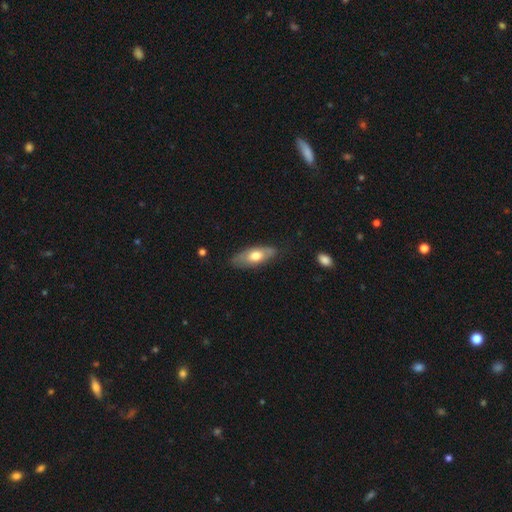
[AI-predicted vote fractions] smooth_or_featured: smooth (p=0.60) [alt: featured or disk p=0.35]
how_rounded: in between (p=0.78) [alt: cigar-shaped p=0.19]
merging: none (p=0.75) [alt: minor disturbance p=0.19]